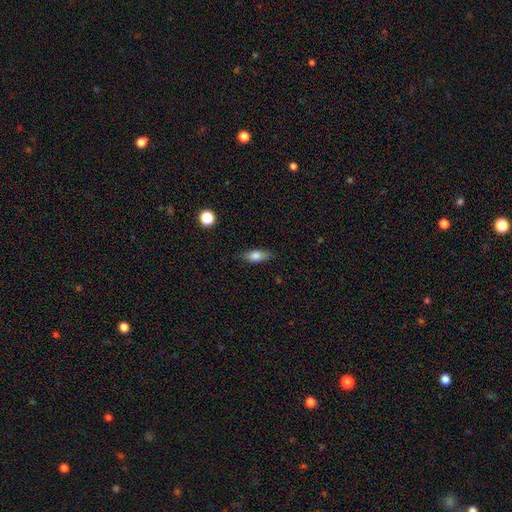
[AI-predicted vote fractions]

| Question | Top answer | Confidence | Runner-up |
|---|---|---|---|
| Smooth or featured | smooth | 76% | featured or disk (16%) |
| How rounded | in between | 76% | cigar-shaped (19%) |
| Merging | none | 80% | minor disturbance (15%) |